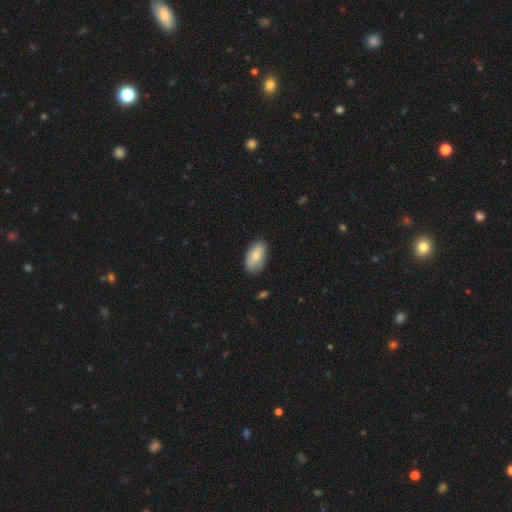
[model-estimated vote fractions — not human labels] Overall: smooth (80%). How rounded: in between (94%). Merging: none (75%).